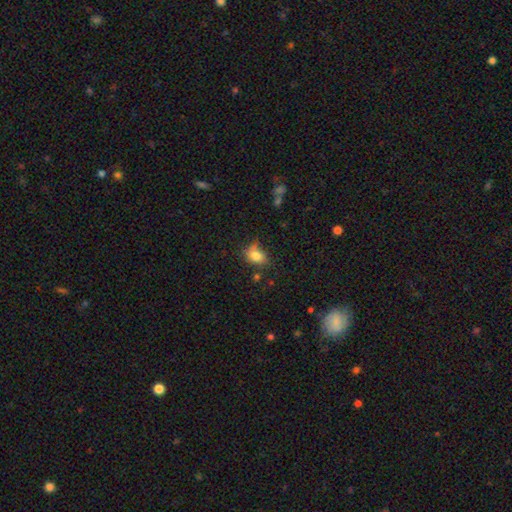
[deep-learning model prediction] smooth_or_featured: smooth (p=0.80) [alt: star or artifact p=0.11]
how_rounded: in between (p=0.70) [alt: round p=0.29]
merging: none (p=0.55) [alt: minor disturbance p=0.29]